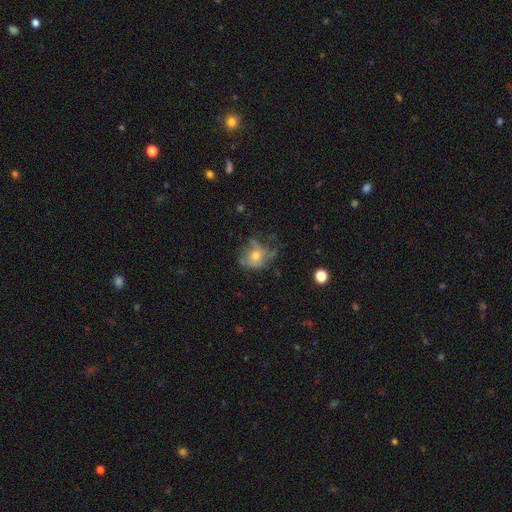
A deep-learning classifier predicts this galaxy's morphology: Q: Smooth or featured?
A: featured or disk (47%); runner-up: smooth (40%)
Q: Merging?
A: none (44%); runner-up: major disturbance (28%)